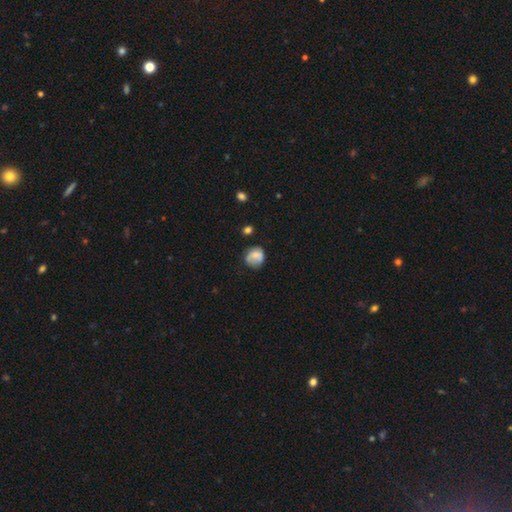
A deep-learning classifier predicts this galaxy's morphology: Smooth or featured? smooth (67%)
How rounded? round (78%)
Merging? none (58%)